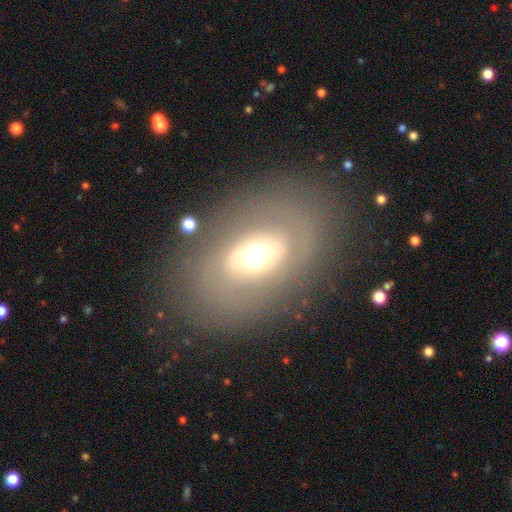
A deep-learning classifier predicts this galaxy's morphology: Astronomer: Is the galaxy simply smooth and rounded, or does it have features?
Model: featured or disk — 49% (runner-up: smooth, 41%).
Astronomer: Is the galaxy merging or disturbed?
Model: none — 78%.